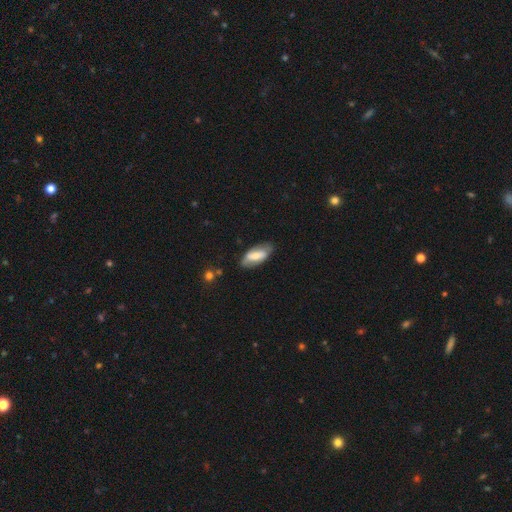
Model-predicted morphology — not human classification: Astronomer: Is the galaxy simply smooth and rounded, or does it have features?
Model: smooth — 53% (runner-up: featured or disk, 41%).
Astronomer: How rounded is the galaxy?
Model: in between — 86%.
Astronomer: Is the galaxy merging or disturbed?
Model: none — 74%.